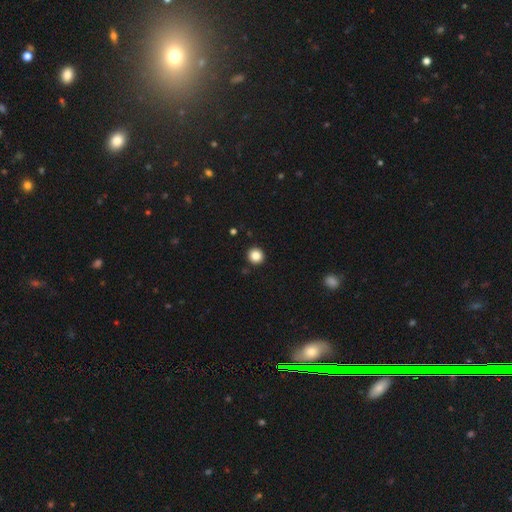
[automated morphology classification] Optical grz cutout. It shows a smooth galaxy with no disk features (85%) that is round (94%). Merging: none (92%).